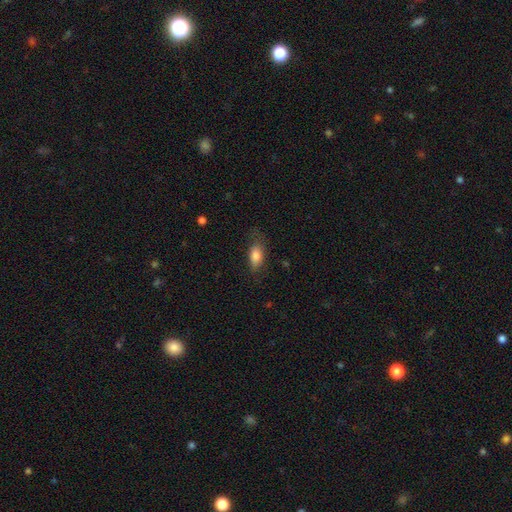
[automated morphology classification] This appears to be a smooth galaxy with no disk features (82%) that is in between round and cigar-shaped (85%). Merging: none (66%).